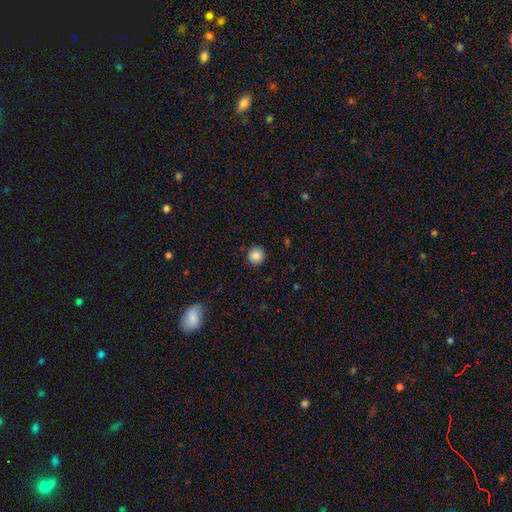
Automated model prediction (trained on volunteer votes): Smooth or featured: smooth — 86% (star or artifact — 9%)
How rounded: round — 94% (in between — 5%)
Merging: none — 91% (minor disturbance — 6%)